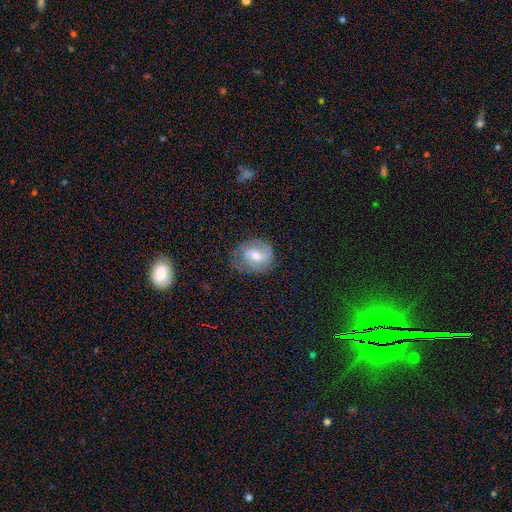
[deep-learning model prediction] The model was most divided on "spiral winding": medium: 43%, tight: 39%, loose: 18%. More confident: edge-on disk — no (97%); spiral arms — yes (90%); smooth or featured — featured or disk (72%); merging — none (69%); spiral arm count — 2 (68%); bulge size — moderate (66%); bar — weak (52%).